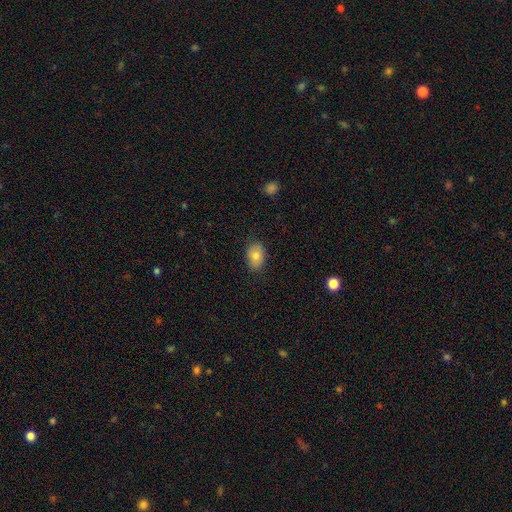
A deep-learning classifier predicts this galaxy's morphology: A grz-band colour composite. It shows a smooth galaxy with no disk features (78%) that is in between round and cigar-shaped (80%). Merging: none (84%).